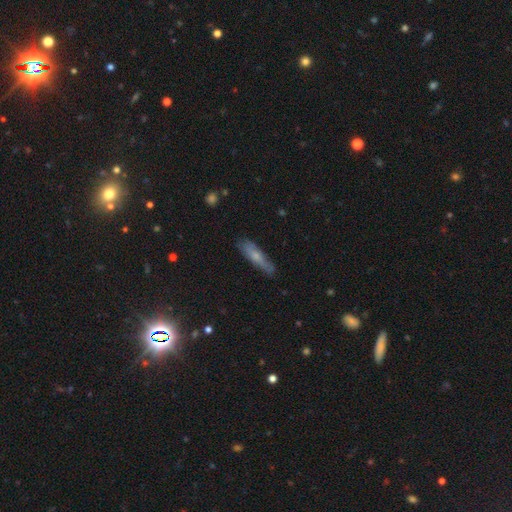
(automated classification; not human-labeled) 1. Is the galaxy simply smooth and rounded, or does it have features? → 61% smooth, 32% featured or disk, 7% star or artifact.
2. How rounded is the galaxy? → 76% cigar-shaped, 22% in between, 2% round.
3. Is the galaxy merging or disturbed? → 75% none, 19% minor disturbance, 4% major disturbance, 2% merger.